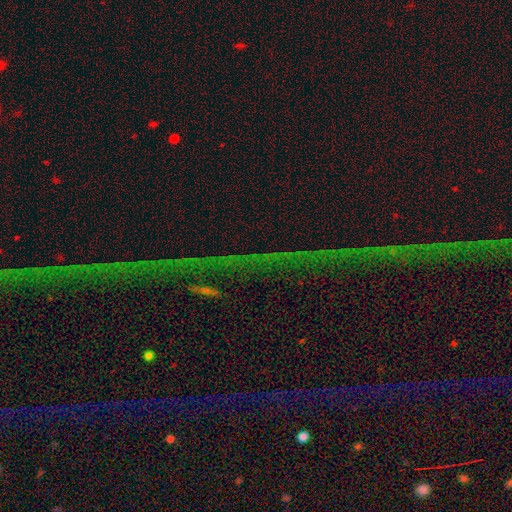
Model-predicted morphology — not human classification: Smooth or featured: star or artifact — 73% (featured or disk — 14%)